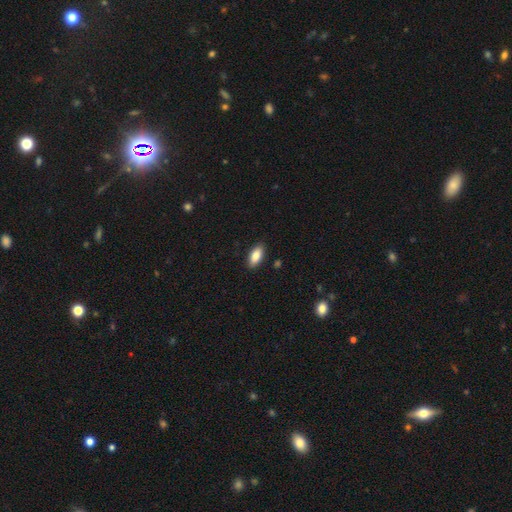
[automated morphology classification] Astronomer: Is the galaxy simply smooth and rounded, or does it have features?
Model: smooth — 85%.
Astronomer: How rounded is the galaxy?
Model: in between — 89%.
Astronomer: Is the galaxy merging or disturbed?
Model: none — 89%.